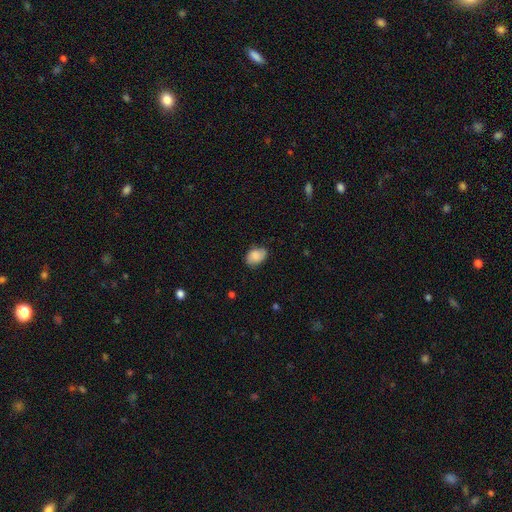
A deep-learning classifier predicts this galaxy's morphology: Q: Smooth or featured?
A: smooth (81%); runner-up: featured or disk (11%)
Q: How rounded?
A: in between (81%); runner-up: round (18%)
Q: Merging?
A: none (73%); runner-up: minor disturbance (22%)